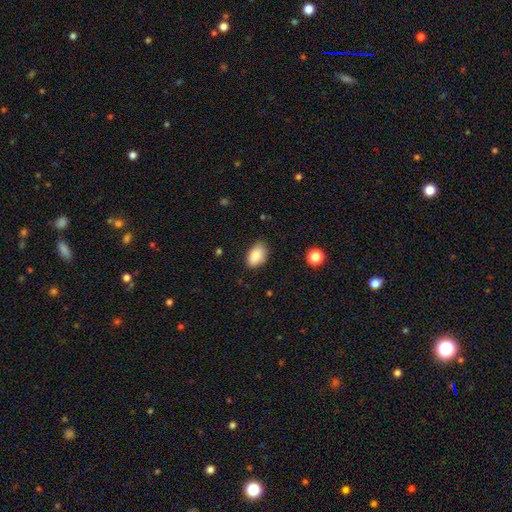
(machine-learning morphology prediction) This appears to be a smooth galaxy with no disk features (83%) that is in between round and cigar-shaped (90%). Merging: none (80%).